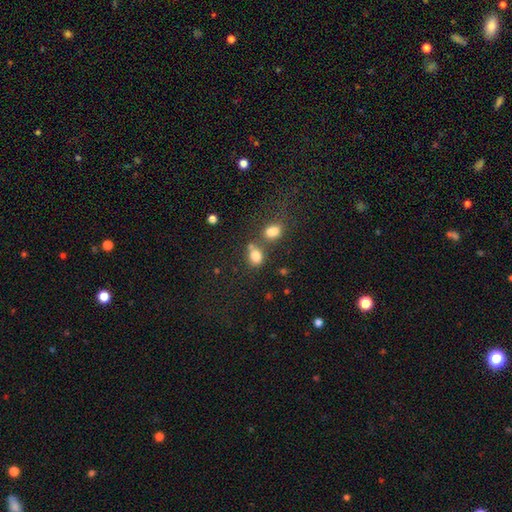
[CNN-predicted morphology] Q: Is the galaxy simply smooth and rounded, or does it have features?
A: smooth — 79%.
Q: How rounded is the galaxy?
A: in between — 58%.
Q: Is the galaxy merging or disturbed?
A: none — 45%.